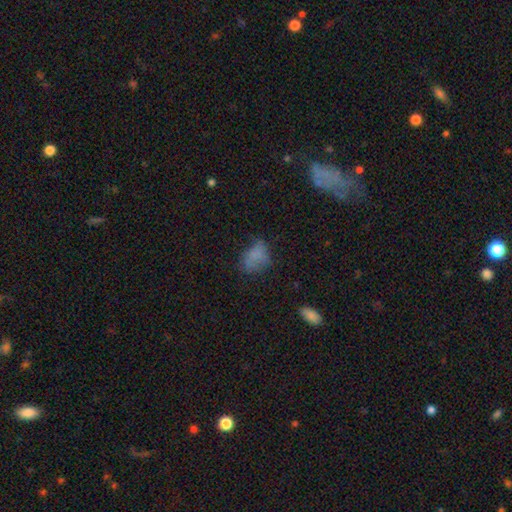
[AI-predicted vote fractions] This is likely a smooth galaxy (70%). How rounded: likely in between (79%). Merging: marginally none (43%).